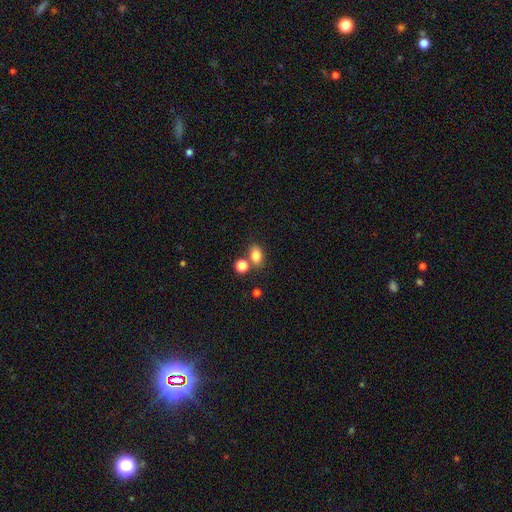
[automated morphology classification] Smooth or featured? Predicted: smooth (p=0.82). How rounded? Predicted: in between (p=0.72). Merging? Predicted: none (p=0.67).